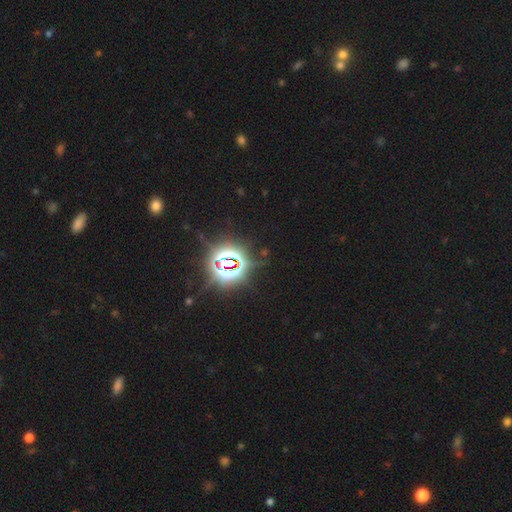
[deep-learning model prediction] star or artifact 84%, smooth 10%, featured or disk 6%.